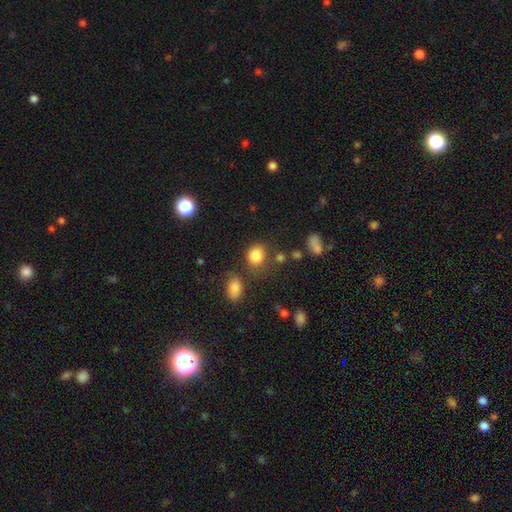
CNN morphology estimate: Smooth or featured: smooth — 84% (star or artifact — 11%)
How rounded: round — 65% (in between — 34%)
Merging: none — 68% (minor disturbance — 17%)